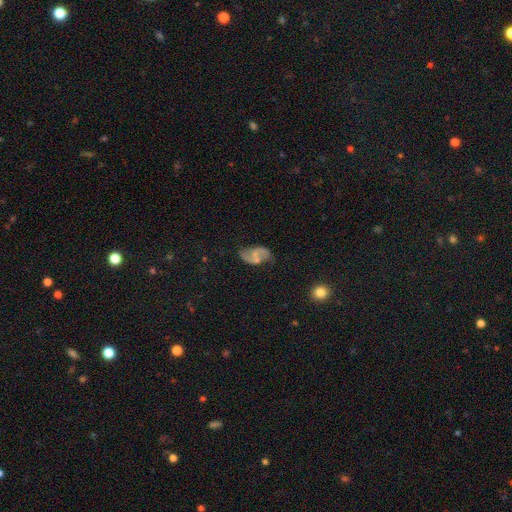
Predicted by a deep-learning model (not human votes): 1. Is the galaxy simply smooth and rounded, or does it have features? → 72% featured or disk, 20% smooth, 8% star or artifact.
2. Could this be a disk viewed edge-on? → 97% no, 3% yes.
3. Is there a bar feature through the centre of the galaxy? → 46% weak, 36% no, 18% strong.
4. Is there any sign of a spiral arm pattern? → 87% yes, 13% no.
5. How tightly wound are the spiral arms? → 62% loose, 30% medium, 8% tight.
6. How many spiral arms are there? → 90% 2, 5% can't tell, 3% 1, 1% 3, 1% 4, 1% more than 4.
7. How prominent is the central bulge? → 41% none, 39% small, 17% moderate, 2% large, 1% dominant.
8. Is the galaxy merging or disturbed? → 59% none, 23% minor disturbance, 12% major disturbance, 6% merger.